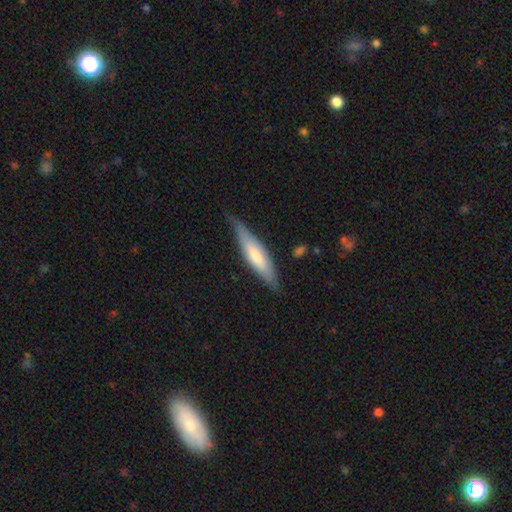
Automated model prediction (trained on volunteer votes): A smooth galaxy with no disk features (53%) that is cigar-shaped (75%). Merging: none (73%).